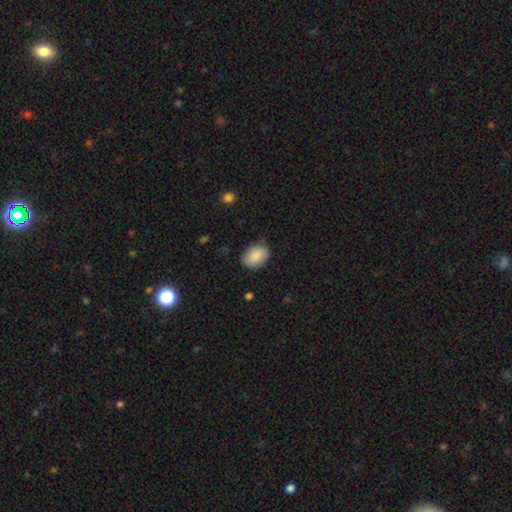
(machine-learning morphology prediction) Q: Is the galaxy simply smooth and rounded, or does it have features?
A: smooth — 87%.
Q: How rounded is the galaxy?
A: in between — 73%.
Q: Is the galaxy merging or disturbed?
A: none — 81%.